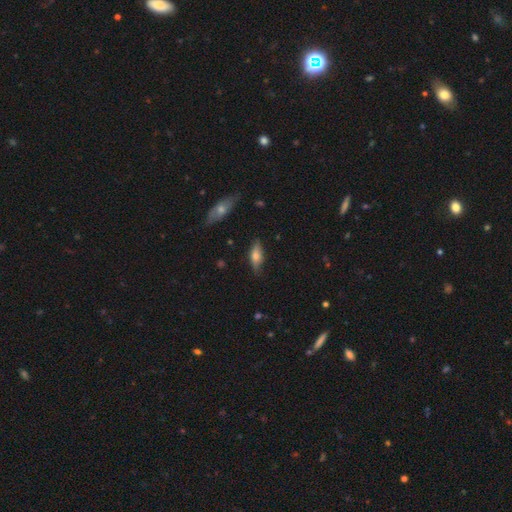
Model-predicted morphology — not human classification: smooth_or_featured: smooth (p=0.63) [alt: featured or disk p=0.30]
how_rounded: in between (p=0.68) [alt: cigar-shaped p=0.29]
merging: none (p=0.77) [alt: minor disturbance p=0.18]